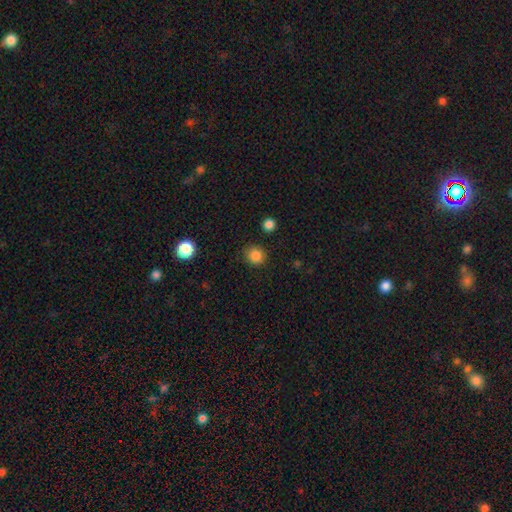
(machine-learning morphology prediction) Smooth or featured? Predicted: smooth (p=0.85). How rounded? Predicted: round (p=0.91). Merging? Predicted: none (p=0.88).